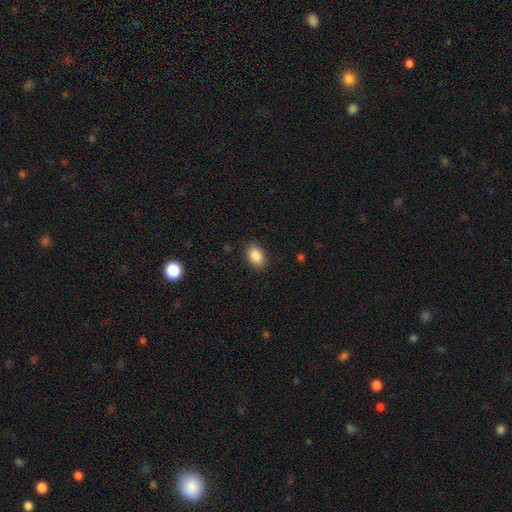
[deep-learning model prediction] A smooth galaxy with no disk features (87%) that is in between round and cigar-shaped (86%). Merging: none (87%).